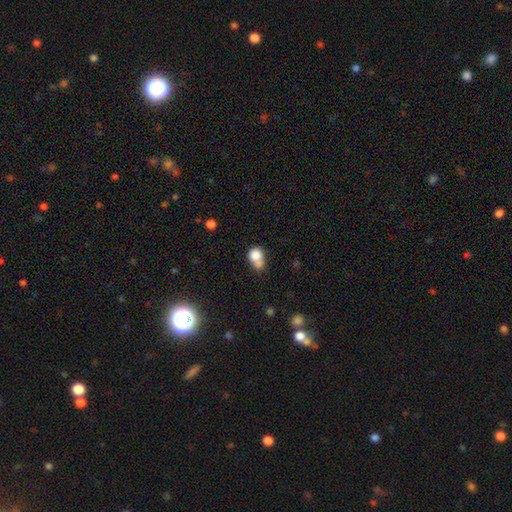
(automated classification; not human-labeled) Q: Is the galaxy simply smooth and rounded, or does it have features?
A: smooth — 78%.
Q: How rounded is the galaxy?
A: round — 55%.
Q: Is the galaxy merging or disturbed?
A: merger — 41%.